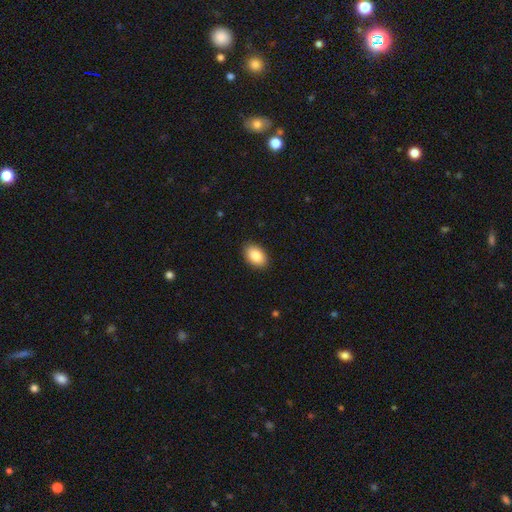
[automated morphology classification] Q: Smooth or featured?
A: smooth (88%); runner-up: star or artifact (7%)
Q: How rounded?
A: in between (90%); runner-up: round (9%)
Q: Merging?
A: none (90%); runner-up: minor disturbance (7%)